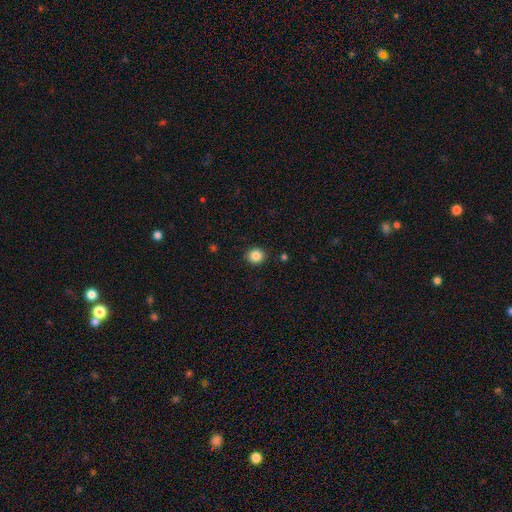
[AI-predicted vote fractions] smooth_or_featured: smooth (p=0.86) [alt: star or artifact p=0.11]
how_rounded: round (p=0.88) [alt: in between p=0.11]
merging: none (p=0.91) [alt: minor disturbance p=0.06]